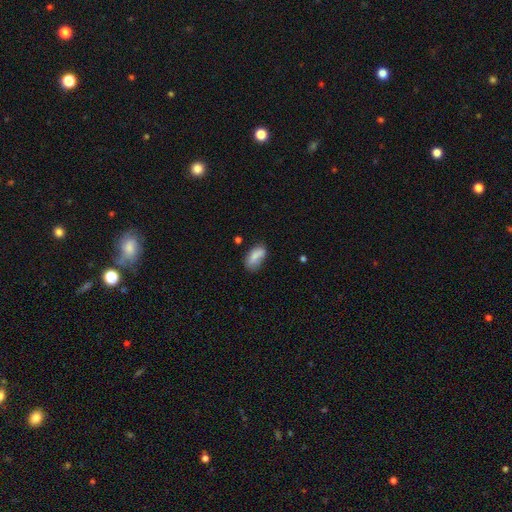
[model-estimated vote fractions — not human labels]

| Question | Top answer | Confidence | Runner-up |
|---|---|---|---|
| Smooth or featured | smooth | 78% | featured or disk (13%) |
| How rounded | in between | 89% | cigar-shaped (7%) |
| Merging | none | 51% | minor disturbance (31%) |